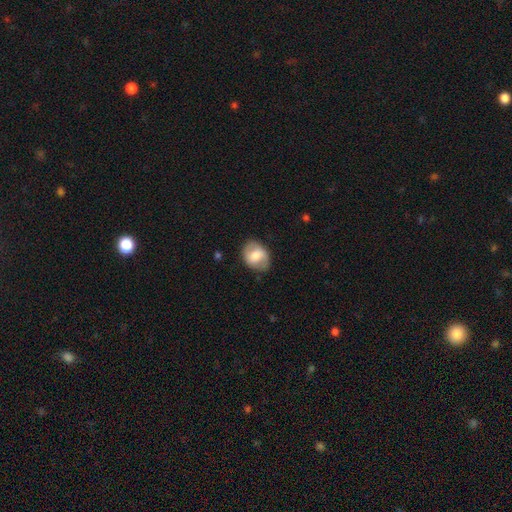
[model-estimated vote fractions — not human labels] smooth_or_featured: smooth (p=0.59) [alt: featured or disk p=0.34]
how_rounded: in between (p=0.63) [alt: round p=0.35]
merging: none (p=0.78) [alt: minor disturbance p=0.16]